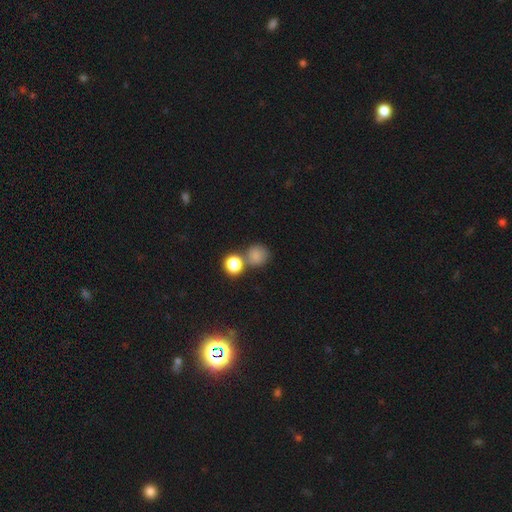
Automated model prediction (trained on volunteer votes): The model was most divided on "merging": none: 57%, merger: 26%, minor disturbance: 12%, major disturbance: 5%. More confident: how rounded — round (85%); smooth or featured — smooth (78%).